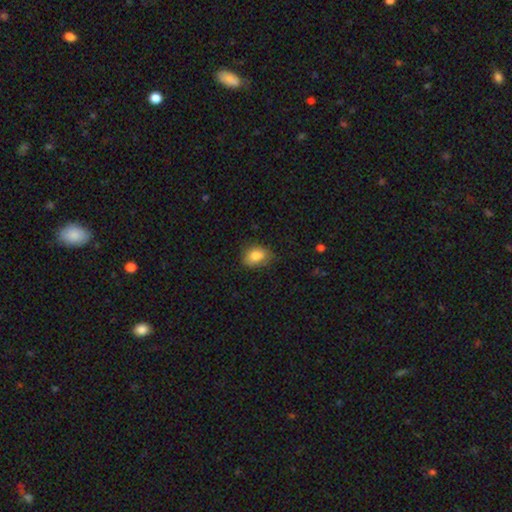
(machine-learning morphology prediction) Smooth or featured: smooth — 84% (featured or disk — 8%)
How rounded: in between — 75% (round — 23%)
Merging: none — 66% (minor disturbance — 27%)